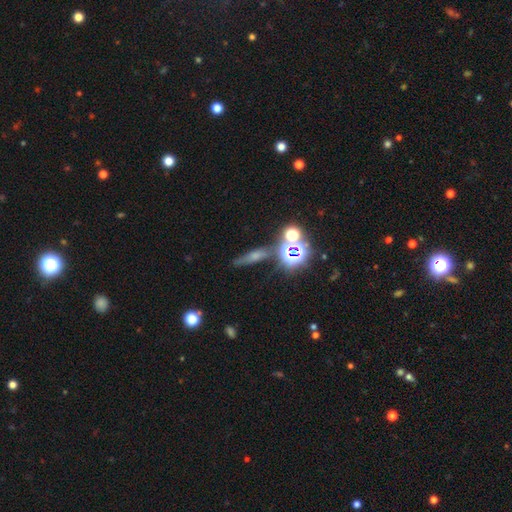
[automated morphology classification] Smooth or featured? Predicted: smooth (p=0.44). Merging? Predicted: none (p=0.68).